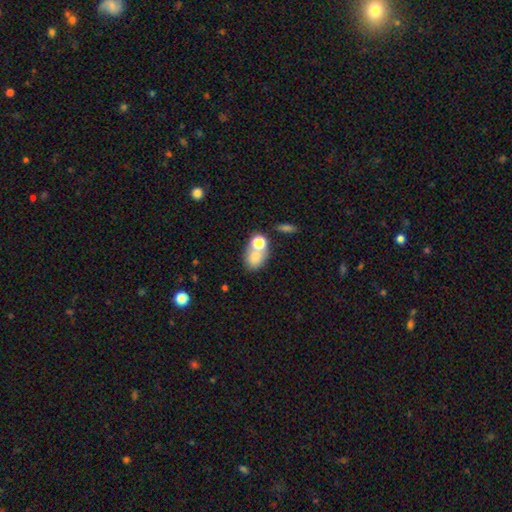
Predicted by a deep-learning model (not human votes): This is likely a smooth galaxy (74%). How rounded: likely in between (60%). Merging: marginally merger (43%).